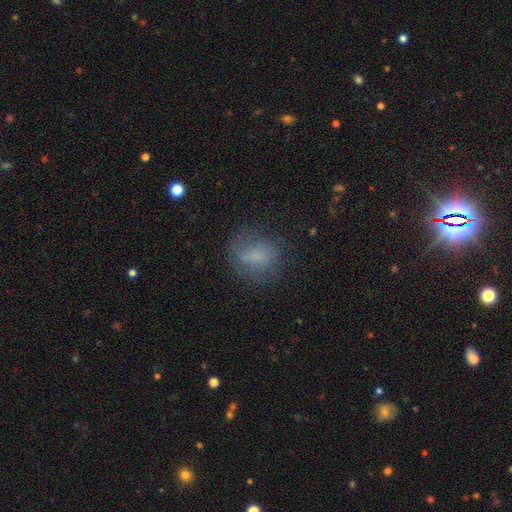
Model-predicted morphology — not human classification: Smooth or featured?
  - smooth: 69% *
  - featured or disk: 18%
  - star or artifact: 12%
How rounded?
  - round: 50% *
  - in between: 48%
  - cigar-shaped: 3%
Merging?
  - none: 65% *
  - minor disturbance: 20%
  - major disturbance: 12%
  - merger: 2%